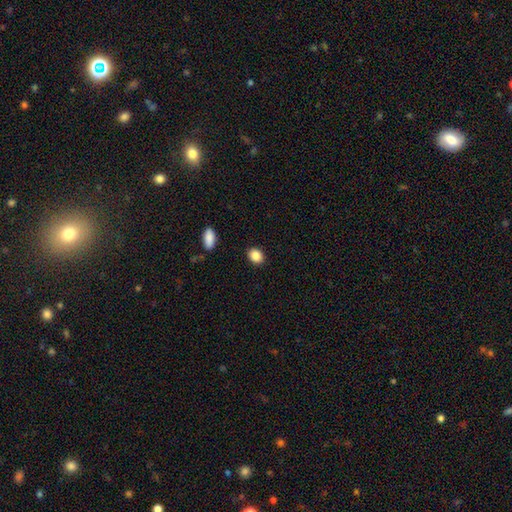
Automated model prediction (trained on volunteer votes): Smooth or featured? Predicted: smooth (p=0.87). How rounded? Predicted: in between (p=0.56). Merging? Predicted: none (p=0.90).